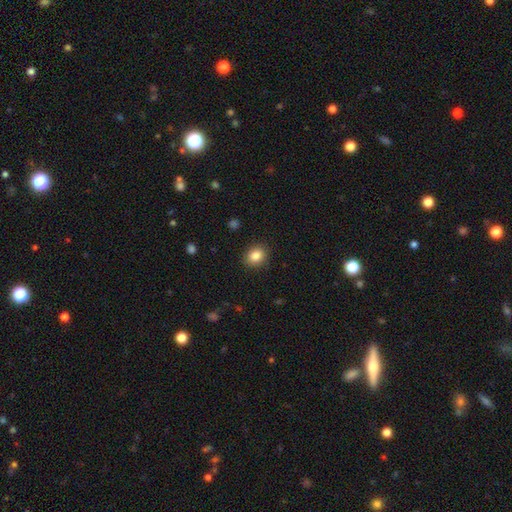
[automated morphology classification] A smooth galaxy with no disk features (85%) that is in between round and cigar-shaped (51%).

Vote fractions:
- Smooth or featured? smooth: 85% / star or artifact: 9% / featured or disk: 6%
- How rounded? in between: 51% / round: 48% / cigar-shaped: 1%
- Merging? none: 89% / minor disturbance: 8% / major disturbance: 2% / merger: 1%